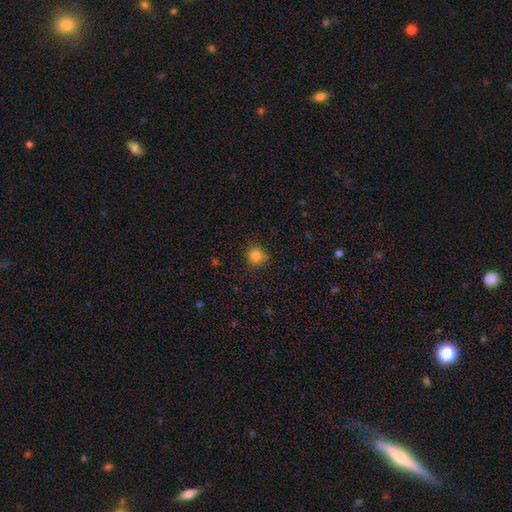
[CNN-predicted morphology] A smooth galaxy with no disk features (83%) that is round (90%).

Vote fractions:
- Smooth or featured? smooth: 83% / star or artifact: 12% / featured or disk: 5%
- How rounded? round: 90% / in between: 9% / cigar-shaped: 1%
- Merging? none: 85% / minor disturbance: 11% / major disturbance: 3% / merger: 1%